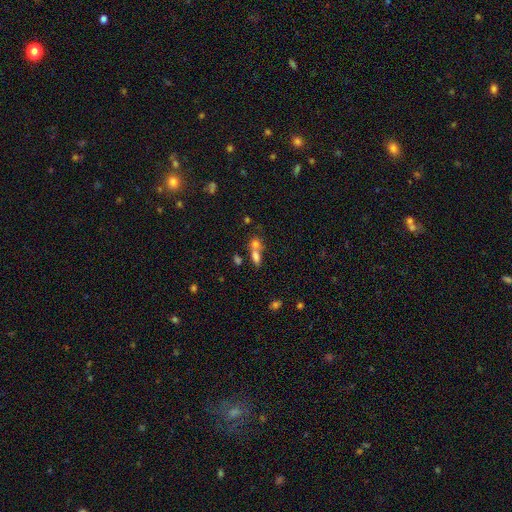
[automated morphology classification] Smooth or featured? Predicted: smooth (p=0.71). How rounded? Predicted: in between (p=0.66). Merging? Predicted: merger (p=0.55).